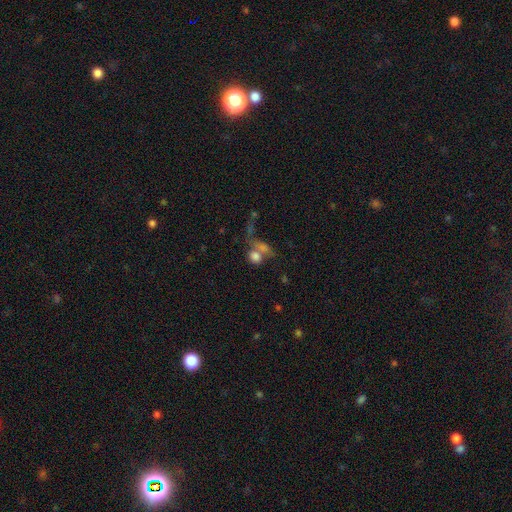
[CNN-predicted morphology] Overall: smooth (63%). How rounded: round (55%; in between 40%). Merging: merger (45%; none 31%).